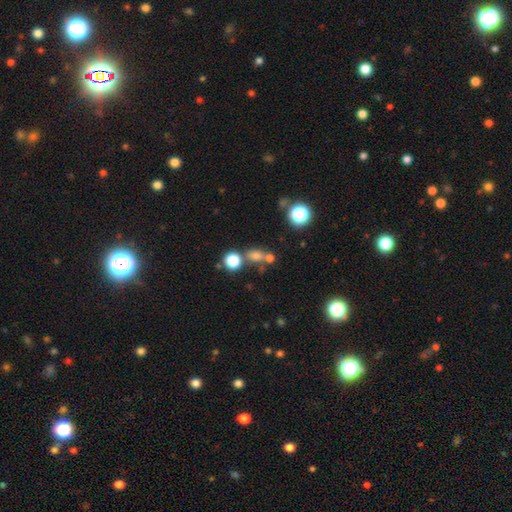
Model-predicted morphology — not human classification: A smooth galaxy with no disk features (66%) that is round (56%). Merging: none (53%).